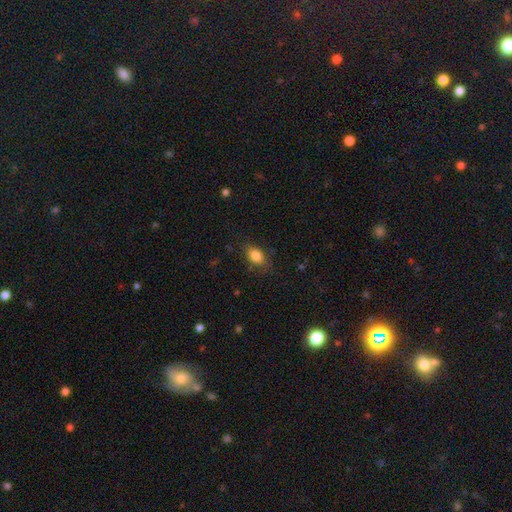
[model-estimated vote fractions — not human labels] A smooth galaxy with no disk features (84%) that is in between round and cigar-shaped (85%).

Vote fractions:
- Smooth or featured? smooth: 84% / star or artifact: 8% / featured or disk: 8%
- How rounded? in between: 85% / round: 13% / cigar-shaped: 3%
- Merging? none: 76% / minor disturbance: 17% / major disturbance: 5% / merger: 1%